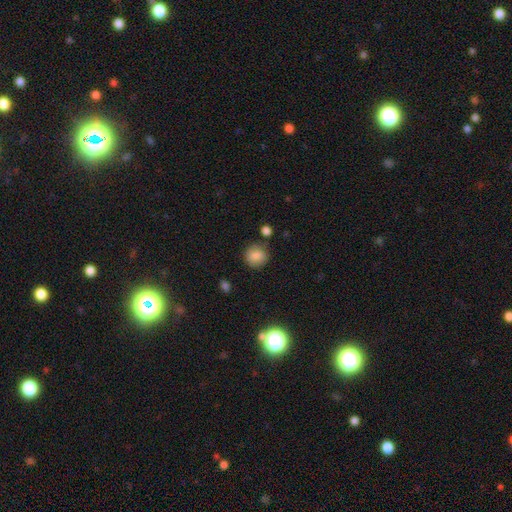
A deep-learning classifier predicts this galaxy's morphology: Overall: smooth (81%). How rounded: round (87%). Merging: none (76%).